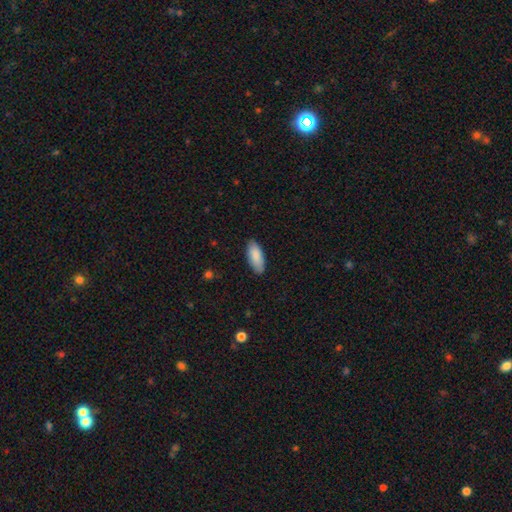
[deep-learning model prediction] smooth_or_featured: smooth (p=0.88) [alt: featured or disk p=0.06]
how_rounded: in between (p=0.85) [alt: cigar-shaped p=0.14]
merging: none (p=0.86) [alt: minor disturbance p=0.11]